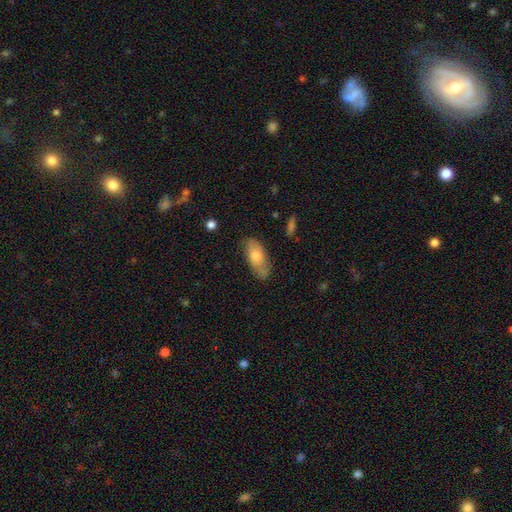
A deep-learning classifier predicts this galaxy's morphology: The model was most divided on "smooth or featured": smooth: 65%, featured or disk: 28%, star or artifact: 7%. More confident: how rounded — in between (83%); merging — none (72%).